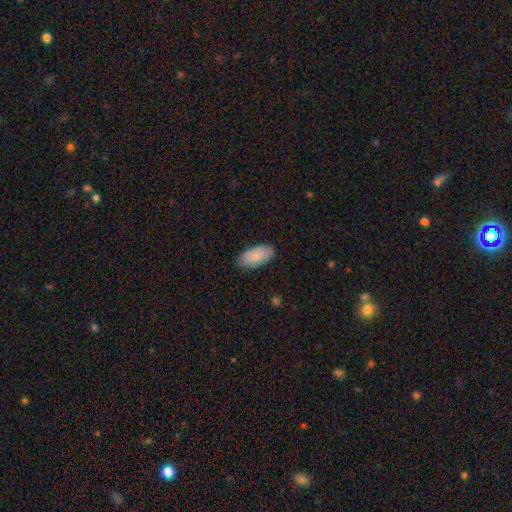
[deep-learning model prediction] Overall: smooth (88%). How rounded: in between (94%). Merging: none (86%).